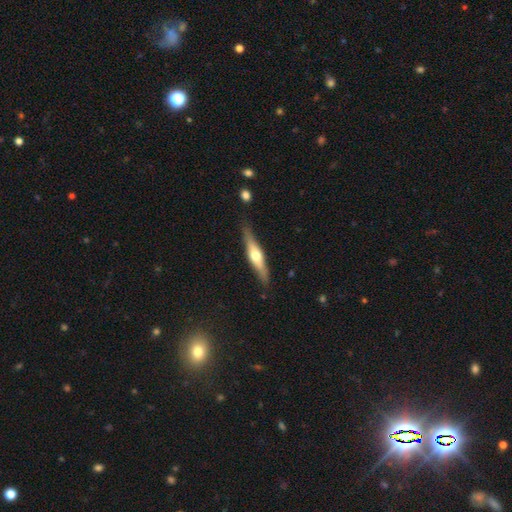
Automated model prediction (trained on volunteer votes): Smooth or featured: featured or disk — 60% (smooth — 35%)
Edge-on disk: yes — 93% (no — 7%)
Edge-on bulge: rounded — 91% (boxy — 5%)
Merging: none — 83% (minor disturbance — 12%)